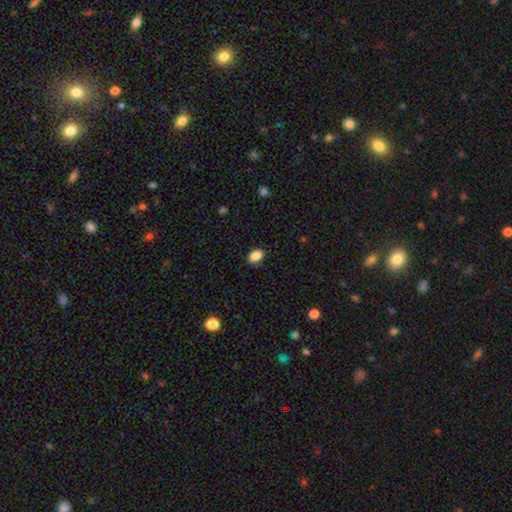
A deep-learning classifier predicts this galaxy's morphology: A smooth galaxy with no disk features (88%) that is in between round and cigar-shaped (79%). Merging: none (86%).